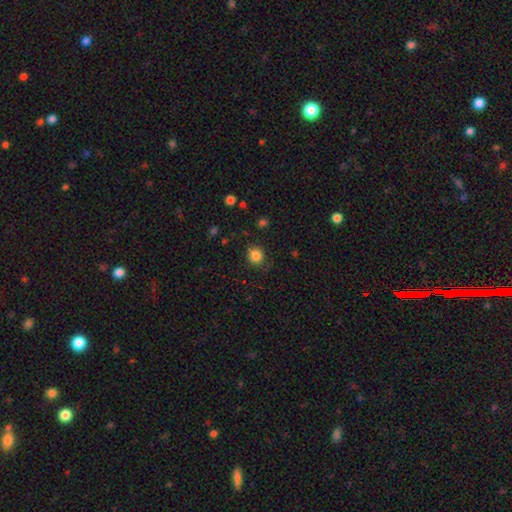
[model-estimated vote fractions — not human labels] Smooth or featured? smooth (84%)
How rounded? round (82%)
Merging? none (80%)